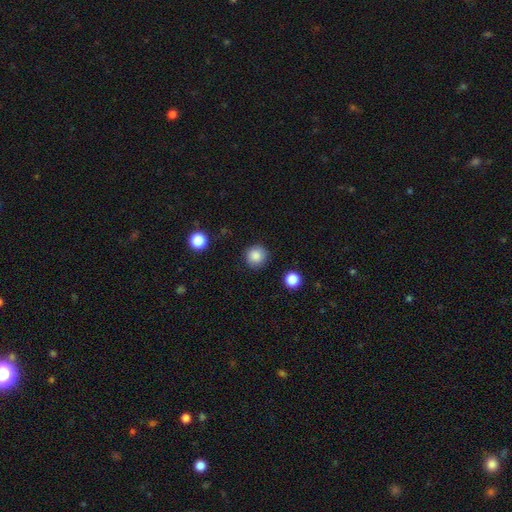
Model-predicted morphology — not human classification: Smooth or featured: smooth — 86% (star or artifact — 10%)
How rounded: round — 94% (in between — 5%)
Merging: none — 88% (minor disturbance — 8%)